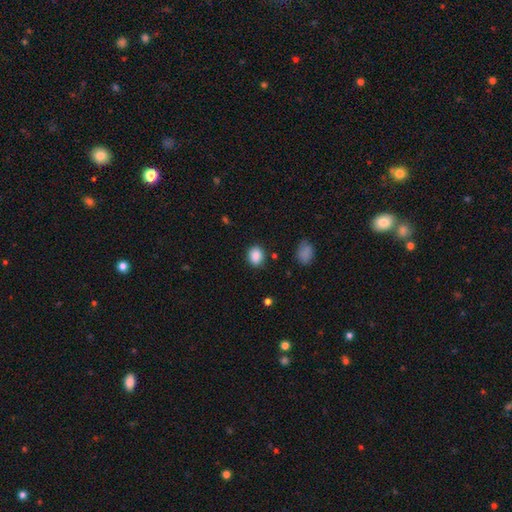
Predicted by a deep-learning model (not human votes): Overall: smooth (88%). How rounded: round (54%; in between 45%). Merging: none (82%).